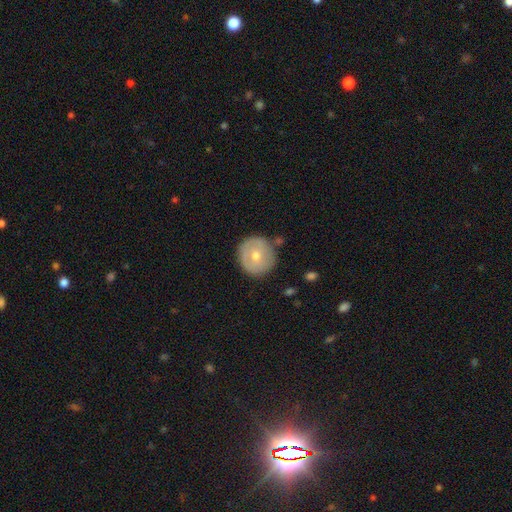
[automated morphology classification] Smooth or featured: smooth — 58% (featured or disk — 36%)
How rounded: round — 93% (in between — 6%)
Merging: none — 81% (minor disturbance — 13%)